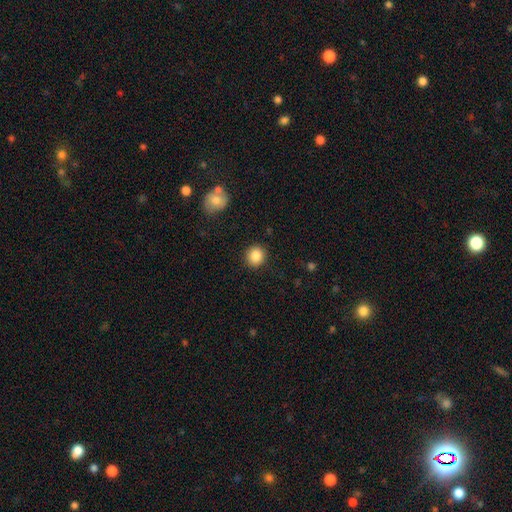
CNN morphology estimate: type=smooth (86%); roundness=round (90%); merging=none (91%).